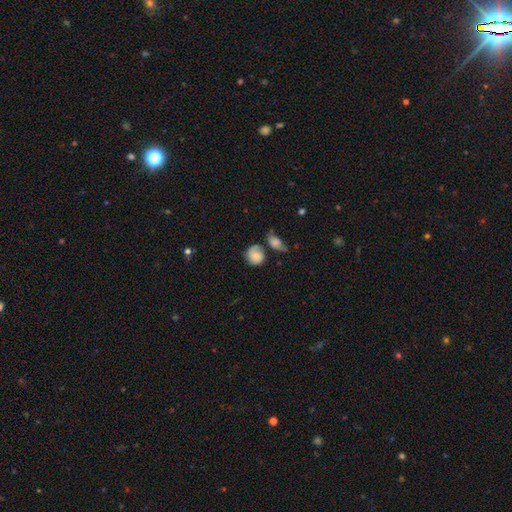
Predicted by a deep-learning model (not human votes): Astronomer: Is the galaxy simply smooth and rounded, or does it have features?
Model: smooth — 60%.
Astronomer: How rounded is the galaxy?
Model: round — 73%.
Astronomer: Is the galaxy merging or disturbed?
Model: none — 48% (runner-up: minor disturbance, 25%).